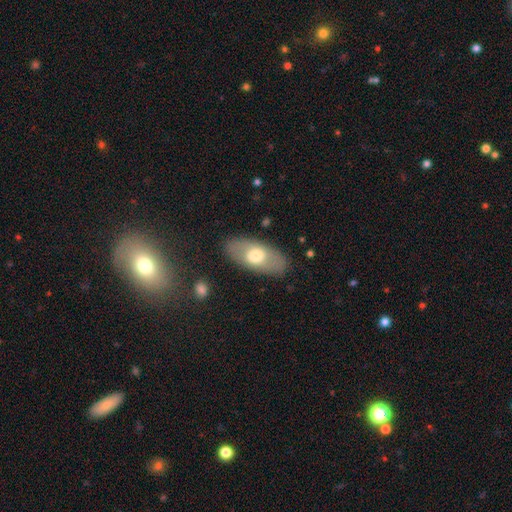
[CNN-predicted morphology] smooth_or_featured: smooth (p=0.62) [alt: featured or disk p=0.32]
how_rounded: in between (p=0.89) [alt: cigar-shaped p=0.07]
merging: none (p=0.85) [alt: minor disturbance p=0.10]